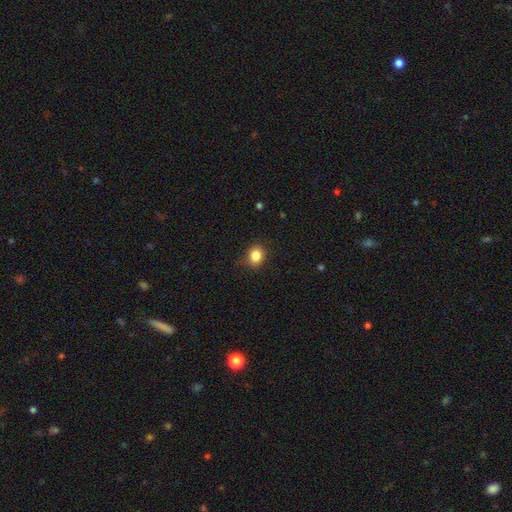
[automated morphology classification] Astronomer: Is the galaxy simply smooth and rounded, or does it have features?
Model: smooth — 85%.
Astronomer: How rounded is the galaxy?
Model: round — 59% (runner-up: in between, 40%).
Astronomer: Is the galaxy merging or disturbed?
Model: none — 82%.